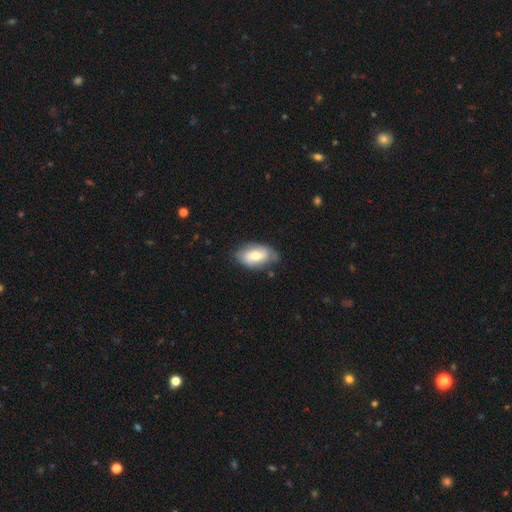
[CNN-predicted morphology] This appears to be a smooth galaxy with no disk features (63%) that is in between round and cigar-shaped (92%). Merging: none (68%).